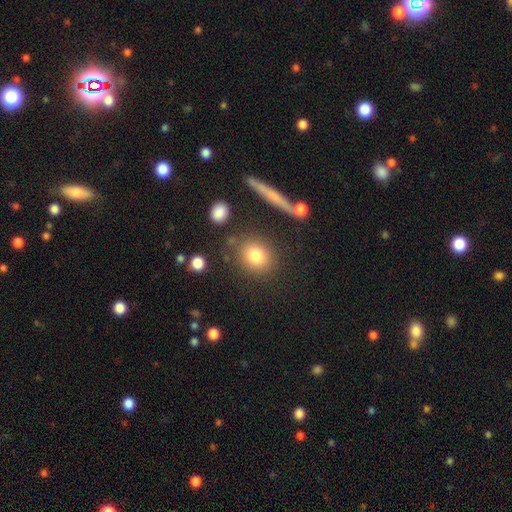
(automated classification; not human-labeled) Smooth or featured?
  - smooth: 80% *
  - star or artifact: 10%
  - featured or disk: 10%
How rounded?
  - round: 76% *
  - in between: 22%
  - cigar-shaped: 2%
Merging?
  - none: 79% *
  - minor disturbance: 10%
  - merger: 6%
  - major disturbance: 4%